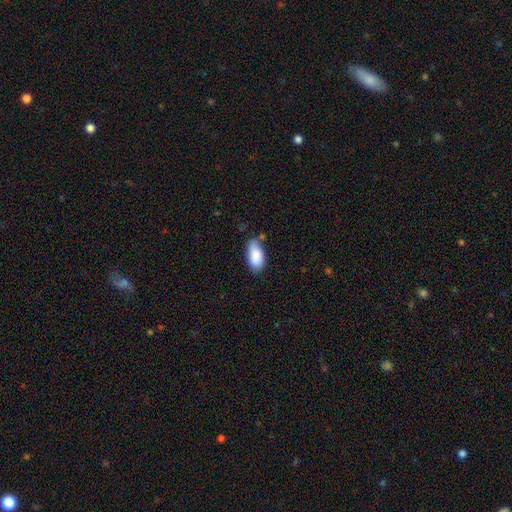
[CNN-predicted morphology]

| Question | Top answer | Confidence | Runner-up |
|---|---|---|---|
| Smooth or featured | smooth | 85% | featured or disk (9%) |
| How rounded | in between | 92% | cigar-shaped (6%) |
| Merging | none | 62% | minor disturbance (28%) |